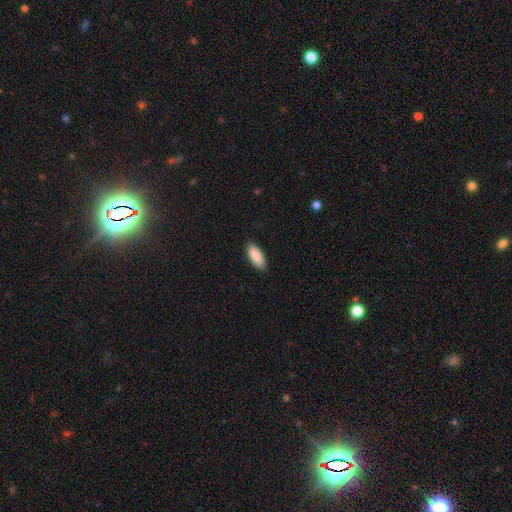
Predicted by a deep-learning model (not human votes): Smooth or featured? Predicted: smooth (p=0.89). How rounded? Predicted: in between (p=0.84). Merging? Predicted: none (p=0.88).